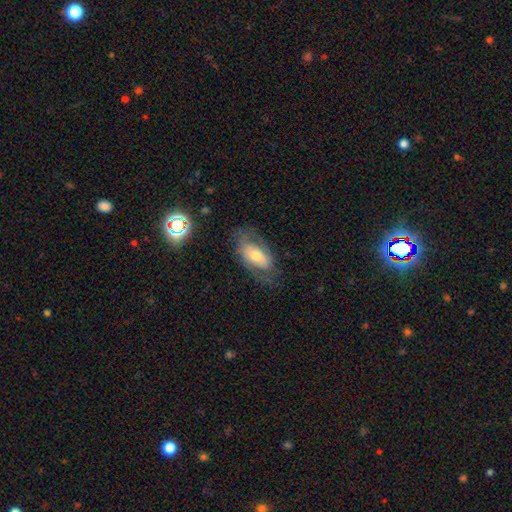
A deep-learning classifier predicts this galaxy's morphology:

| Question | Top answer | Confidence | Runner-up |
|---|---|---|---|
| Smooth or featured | smooth | 46% | featured or disk (45%) |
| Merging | none | 63% | minor disturbance (21%) |